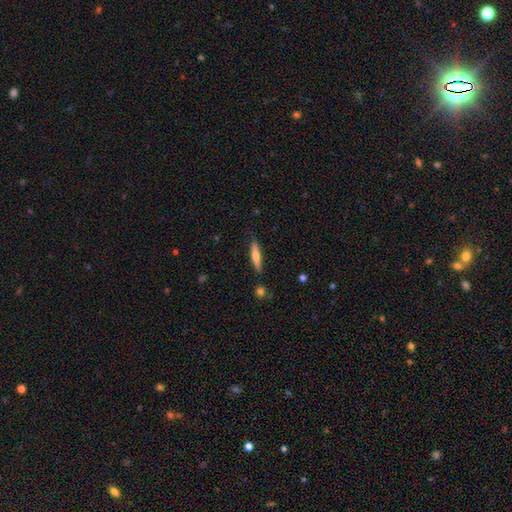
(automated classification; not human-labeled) smooth-or-featured: smooth: 63% | featured or disk: 31% | star or artifact: 6%
  how-rounded: cigar-shaped: 87% | in between: 12% | round: 2%
  merging: none: 84% | minor disturbance: 11% | merger: 2% | major disturbance: 2%